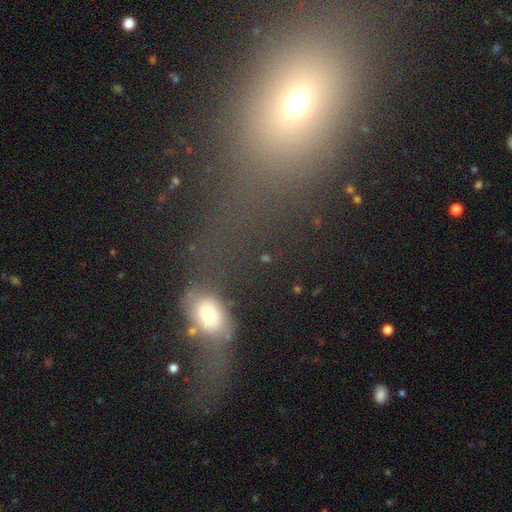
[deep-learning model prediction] A smooth galaxy with no disk features (39%).

Vote fractions:
- Smooth or featured? smooth: 39% / featured or disk: 36% / star or artifact: 25%
- Merging? merger: 44% / major disturbance: 25% / none: 22% / minor disturbance: 10%